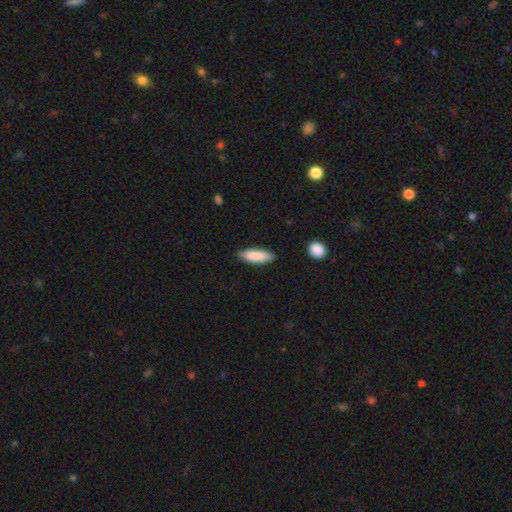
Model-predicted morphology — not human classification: Smooth or featured: smooth — 87% (featured or disk — 8%)
How rounded: in between — 55% (cigar-shaped — 44%)
Merging: none — 84% (minor disturbance — 13%)